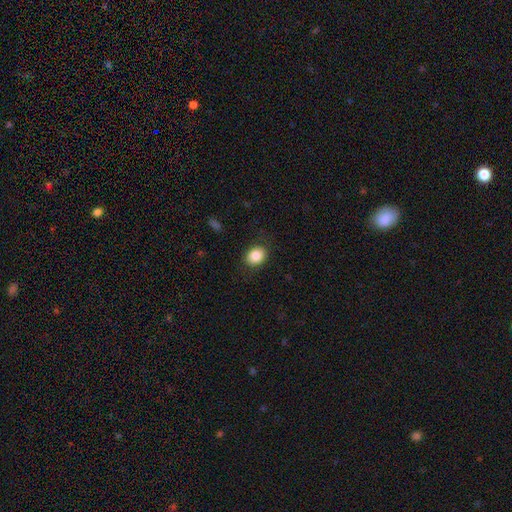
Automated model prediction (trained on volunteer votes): Morphology: type=smooth (85%); roundness=in between (52%); merging=none (86%).